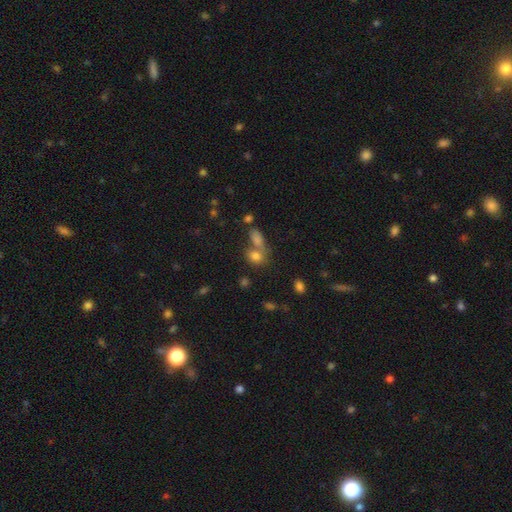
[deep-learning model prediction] The model was most divided on "merging": merger: 45%, none: 39%, minor disturbance: 10%, major disturbance: 6%. More confident: smooth or featured — smooth (77%); how rounded — in between (59%).